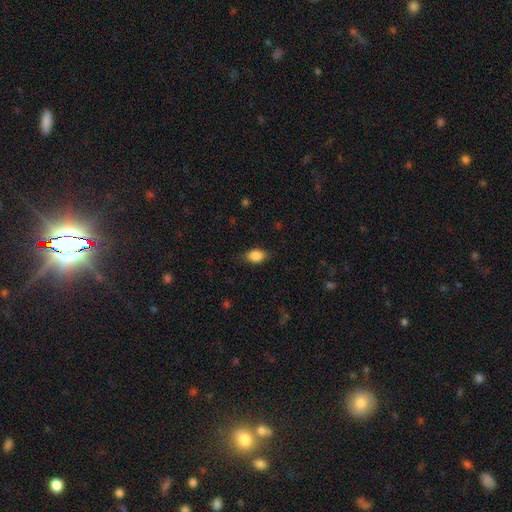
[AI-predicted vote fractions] smooth 84%, star or artifact 8%, featured or disk 8%. Down the decision tree: how rounded — in between (81%); merging — none (75%).